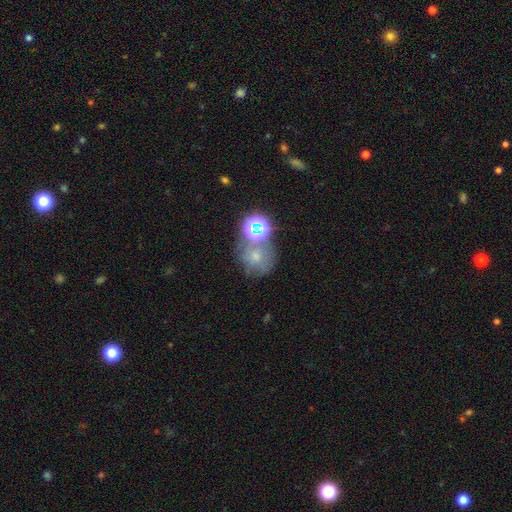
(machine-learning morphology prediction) smooth 56%, star or artifact 25%, featured or disk 19%. Down the decision tree: how rounded — round (80%); merging — none (47%).